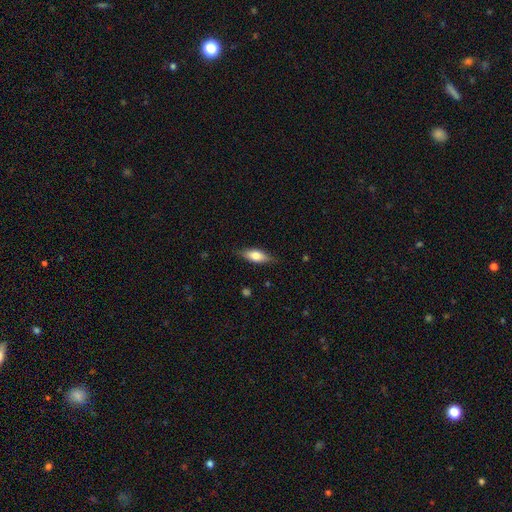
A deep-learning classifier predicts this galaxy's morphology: Smooth or featured? smooth (71%)
How rounded? in between (70%)
Merging? none (83%)